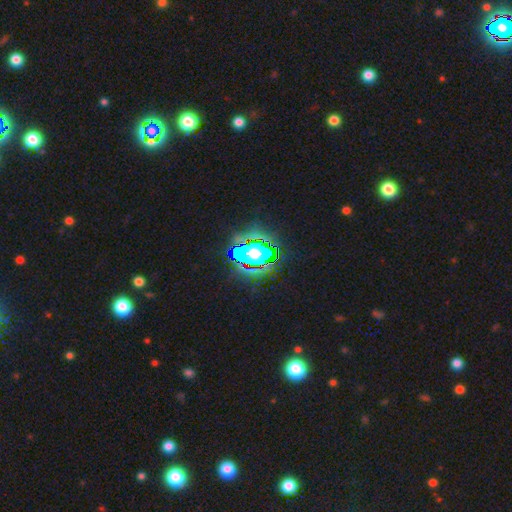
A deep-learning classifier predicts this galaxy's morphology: star or artifact 80%, smooth 12%, featured or disk 8%.